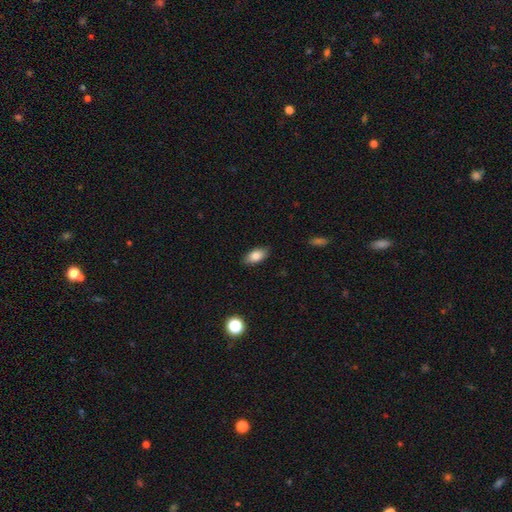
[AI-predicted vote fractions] This appears to be a smooth galaxy with no disk features (84%) that is in between round and cigar-shaped (90%). Merging: none (86%).